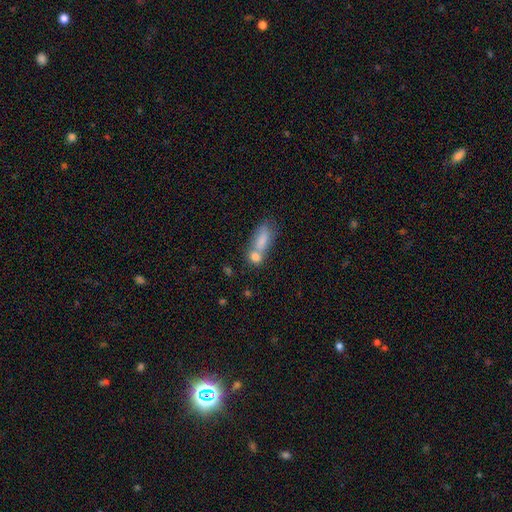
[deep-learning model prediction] Smooth or featured: smooth — 75% (featured or disk — 15%)
How rounded: in between — 67% (cigar-shaped — 21%)
Merging: merger — 49% (none — 32%)